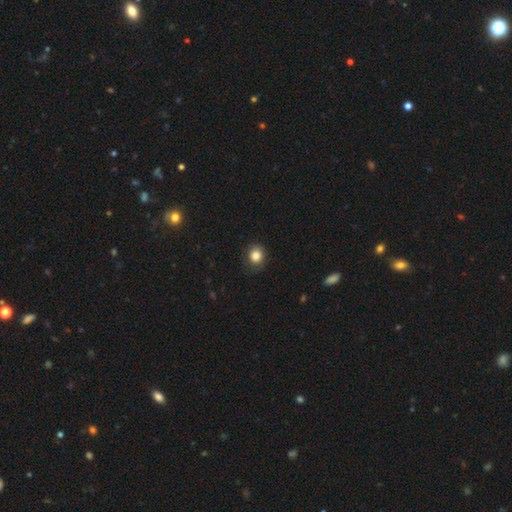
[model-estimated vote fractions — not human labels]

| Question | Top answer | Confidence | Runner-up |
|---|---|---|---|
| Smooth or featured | smooth | 84% | star or artifact (10%) |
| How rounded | round | 75% | in between (24%) |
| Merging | none | 80% | minor disturbance (15%) |